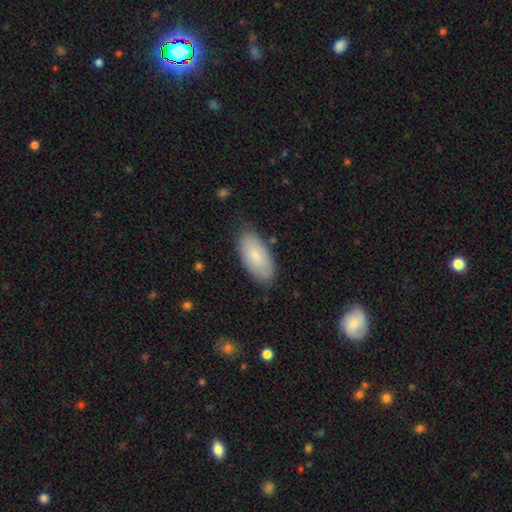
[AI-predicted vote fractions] The model was most divided on "smooth or featured": smooth: 76%, featured or disk: 17%, star or artifact: 6%. More confident: how rounded — in between (93%); merging — none (80%).